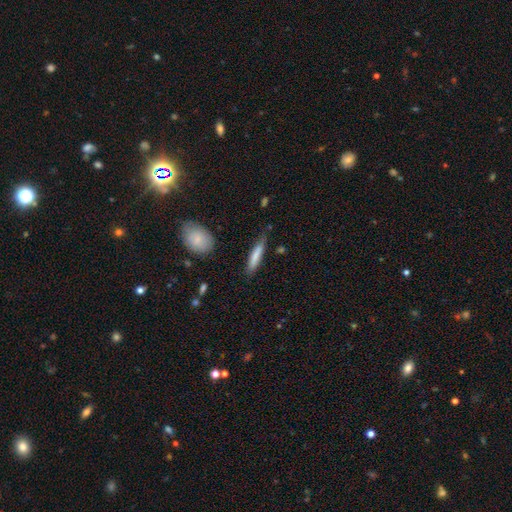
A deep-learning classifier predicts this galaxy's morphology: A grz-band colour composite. It shows a smooth galaxy with no disk features (77%) that is cigar-shaped (86%). Merging: none (73%).